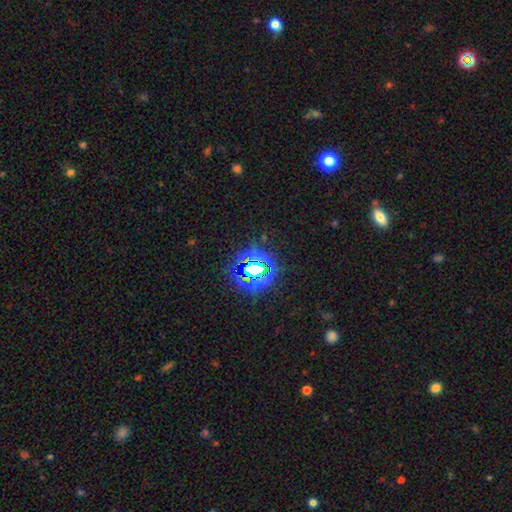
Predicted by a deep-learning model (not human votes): Q: Smooth or featured?
A: star or artifact (73%); runner-up: smooth (20%)